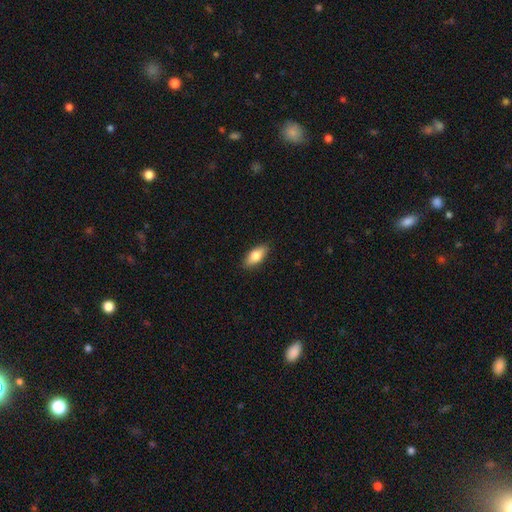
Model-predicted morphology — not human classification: smooth 79%, featured or disk 14%, star or artifact 6%. Down the decision tree: how rounded — in between (84%); merging — none (88%).